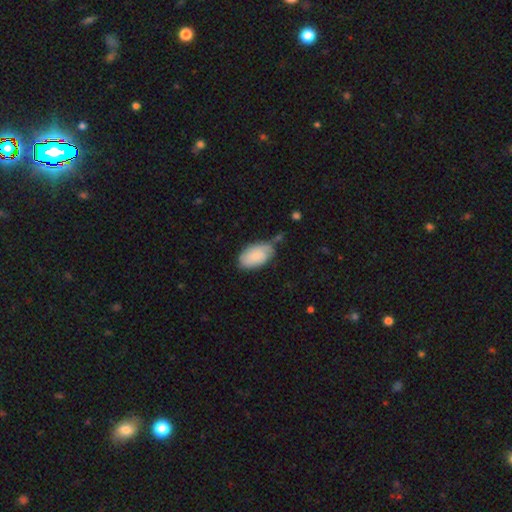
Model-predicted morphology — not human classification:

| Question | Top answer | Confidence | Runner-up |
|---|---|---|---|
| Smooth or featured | smooth | 74% | featured or disk (20%) |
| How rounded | in between | 93% | round (5%) |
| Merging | none | 52% | minor disturbance (32%) |